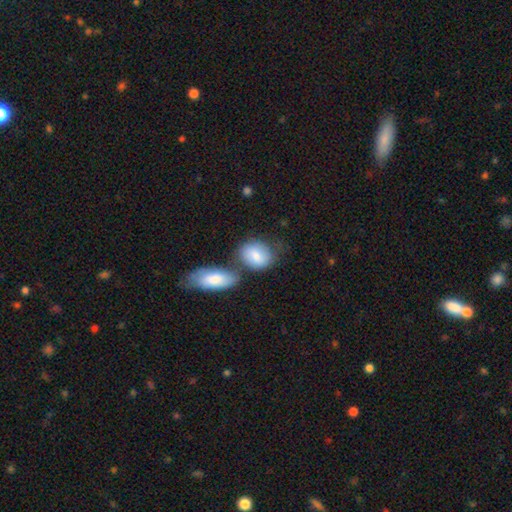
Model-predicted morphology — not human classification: This is clearly a smooth galaxy (81%). How rounded: likely in between (65%). Merging: possibly none (48%).